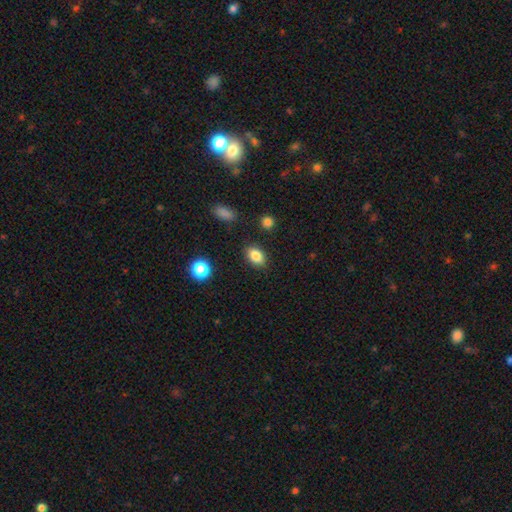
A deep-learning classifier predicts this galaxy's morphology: A smooth galaxy with no disk features (85%) that is in between round and cigar-shaped (82%).

Vote fractions:
- Smooth or featured? smooth: 85% / star or artifact: 9% / featured or disk: 6%
- How rounded? in between: 82% / round: 16% / cigar-shaped: 2%
- Merging? none: 86% / minor disturbance: 9% / major disturbance: 3% / merger: 2%